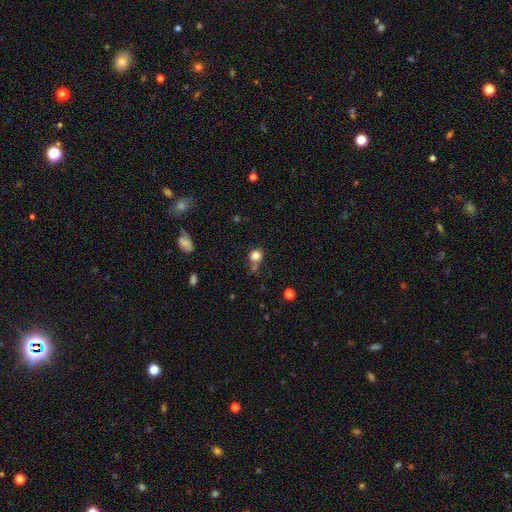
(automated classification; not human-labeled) This appears to be a smooth galaxy with no disk features (80%) that is round (77%). Merging: none (52%).